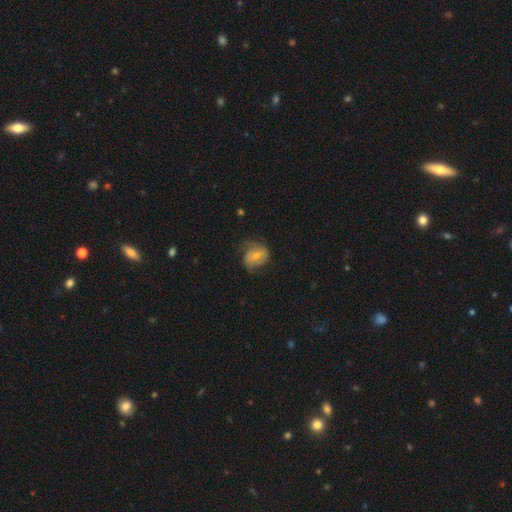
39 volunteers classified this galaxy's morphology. This is possibly a featured or disk galaxy (59%). It is clearly not viewed edge-on (96%). Bar: possibly weak (50%). Spiral arm pattern: likely yes (73%). Spiral arm count: possibly 2 (50%). Spiral winding: marginally medium (44%). Central bulge: possibly small (50%). Merging: likely none (66%).